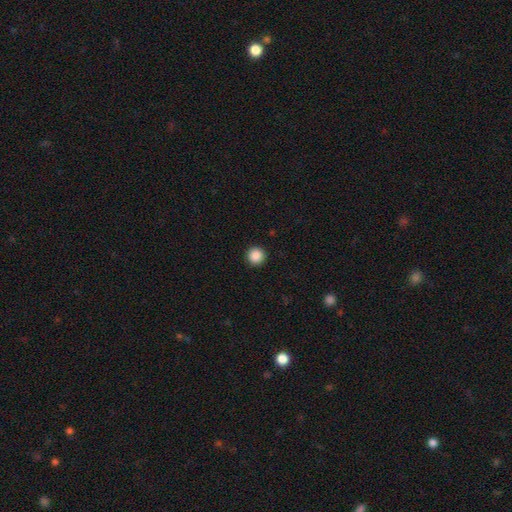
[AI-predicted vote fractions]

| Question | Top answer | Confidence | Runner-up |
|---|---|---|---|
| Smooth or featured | smooth | 88% | star or artifact (9%) |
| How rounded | round | 96% | in between (3%) |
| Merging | none | 93% | minor disturbance (4%) |